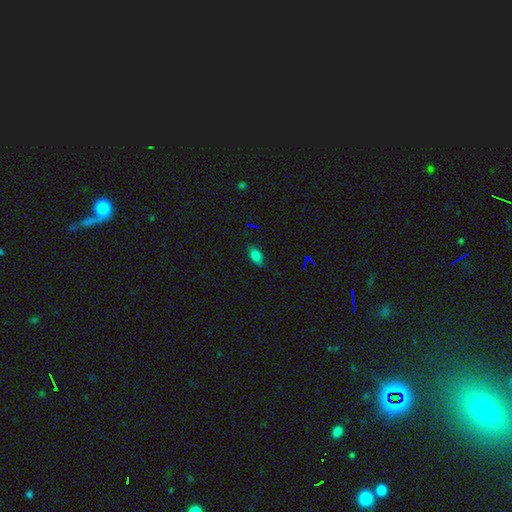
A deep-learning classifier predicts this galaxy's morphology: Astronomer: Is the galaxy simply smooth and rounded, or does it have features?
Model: smooth — 79%.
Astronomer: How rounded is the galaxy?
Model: in between — 89%.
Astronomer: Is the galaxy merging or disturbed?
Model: none — 83%.